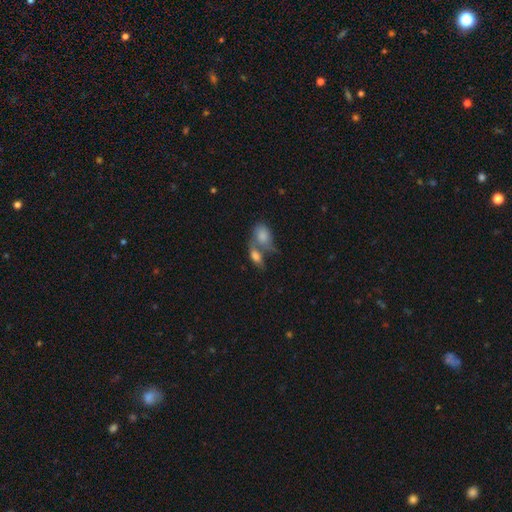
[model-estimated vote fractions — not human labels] This is likely a smooth galaxy (73%). How rounded: clearly in between (83%). Merging: possibly merger (58%).